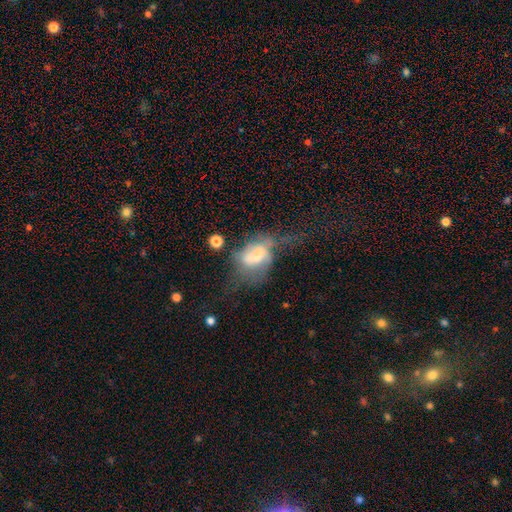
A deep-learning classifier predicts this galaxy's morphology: Smooth or featured? Predicted: smooth (p=0.45, tied with featured or disk). Merging? Predicted: major disturbance (p=0.51).